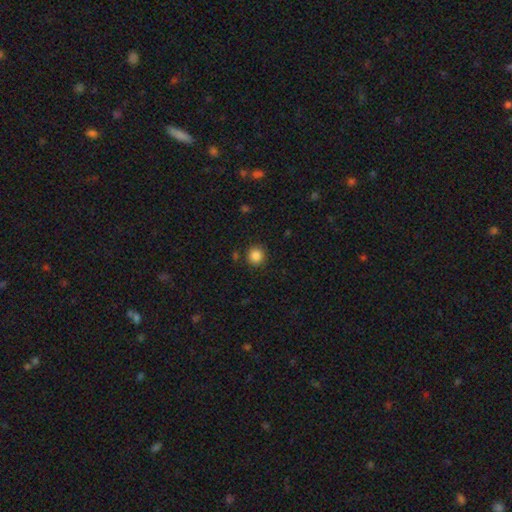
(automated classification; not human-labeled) Smooth or featured? smooth (86%)
How rounded? round (93%)
Merging? none (89%)